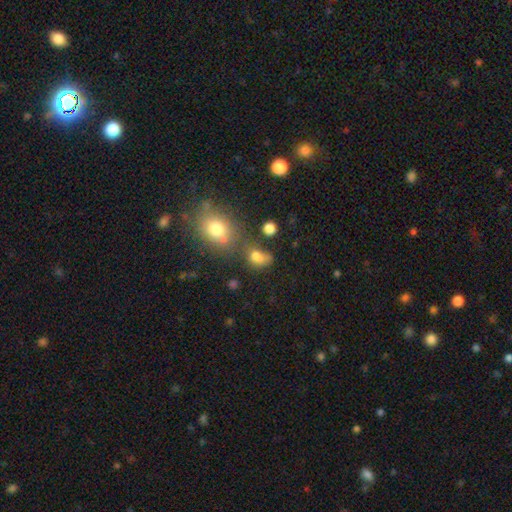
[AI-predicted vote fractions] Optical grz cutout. It shows a smooth galaxy with no disk features (73%) that is in between round and cigar-shaped (63%). Merging: none (40%).